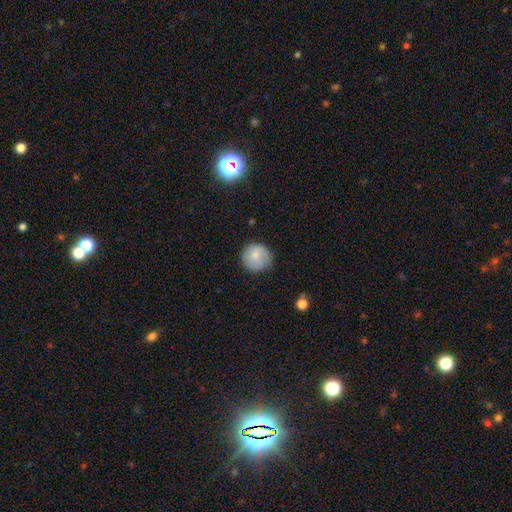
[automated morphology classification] The model was most divided on "smooth or featured": smooth: 78%, featured or disk: 14%, star or artifact: 7%. More confident: how rounded — round (94%); merging — none (83%).